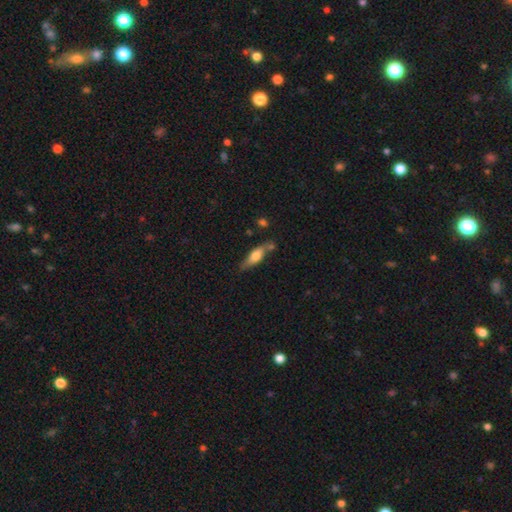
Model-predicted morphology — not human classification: Overall: smooth (53%; featured or disk 40%). How rounded: cigar-shaped (54%; in between 43%). Merging: none (65%).